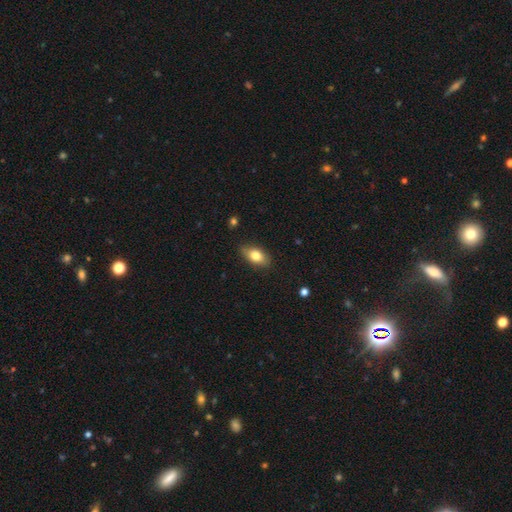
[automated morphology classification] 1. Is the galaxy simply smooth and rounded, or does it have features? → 78% smooth, 15% featured or disk, 7% star or artifact.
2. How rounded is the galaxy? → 87% in between, 7% cigar-shaped, 6% round.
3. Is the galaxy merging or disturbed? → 86% none, 11% minor disturbance, 2% major disturbance, 1% merger.